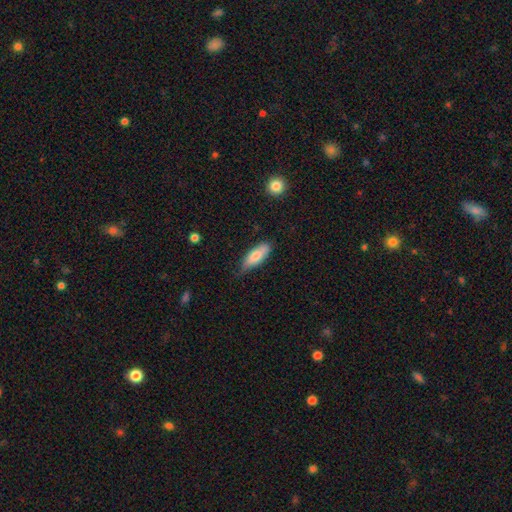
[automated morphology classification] Q: Smooth or featured?
A: smooth (77%); runner-up: featured or disk (17%)
Q: How rounded?
A: in between (67%); runner-up: cigar-shaped (31%)
Q: Merging?
A: none (66%); runner-up: minor disturbance (28%)